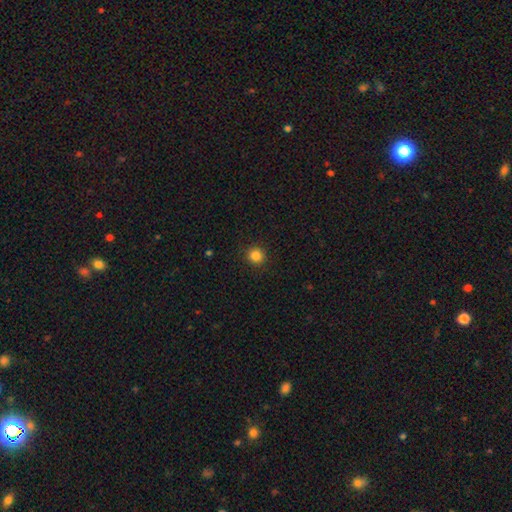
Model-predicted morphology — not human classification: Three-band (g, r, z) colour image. It shows a smooth galaxy with no disk features (85%) that is round (94%). Merging: none (92%).